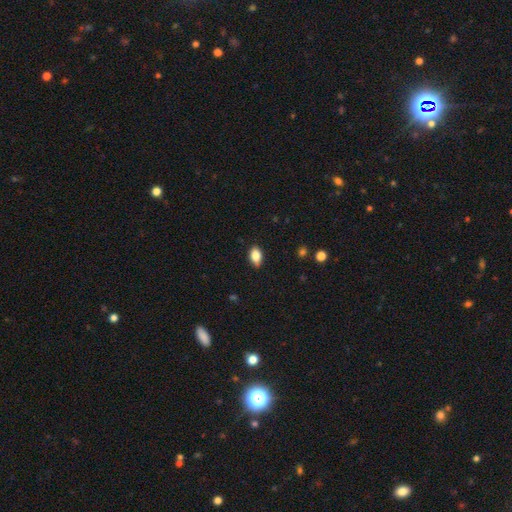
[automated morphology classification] A smooth galaxy with no disk features (81%) that is in between round and cigar-shaped (87%).

Vote fractions:
- Smooth or featured? smooth: 81% / featured or disk: 11% / star or artifact: 8%
- How rounded? in between: 87% / round: 9% / cigar-shaped: 4%
- Merging? none: 84% / minor disturbance: 13% / major disturbance: 2% / merger: 1%